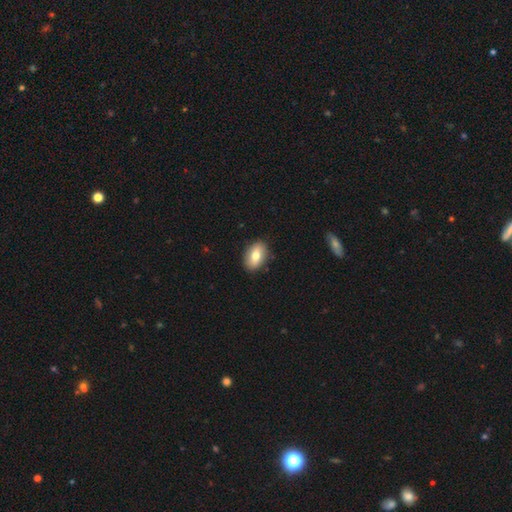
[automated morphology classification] This appears to be a smooth galaxy with no disk features (76%) that is in between round and cigar-shaped (88%). Merging: none (88%).